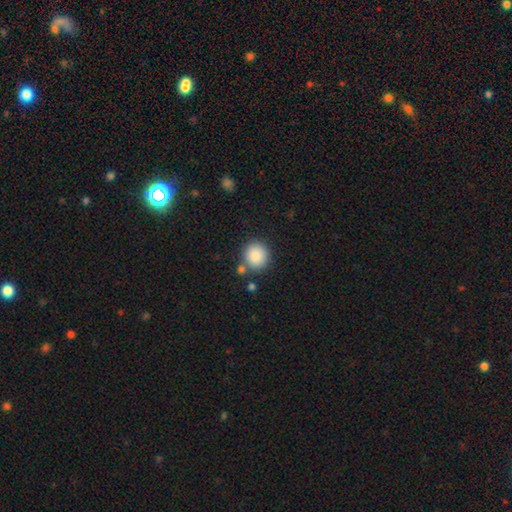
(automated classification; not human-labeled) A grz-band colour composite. It shows a smooth galaxy with no disk features (88%) that is round (89%). Merging: none (76%).